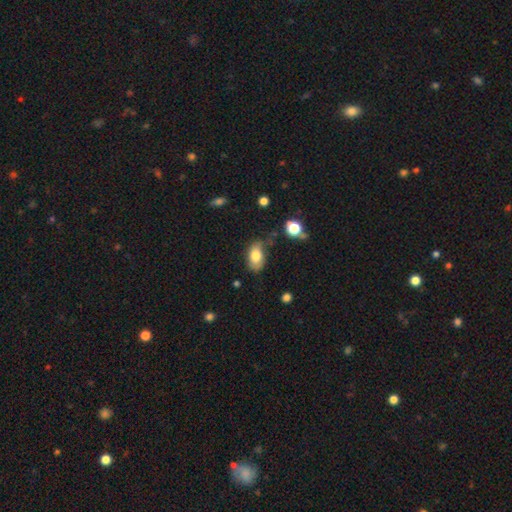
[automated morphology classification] Smooth or featured: smooth — 78% (featured or disk — 14%)
How rounded: in between — 90% (round — 8%)
Merging: none — 58% (minor disturbance — 28%)